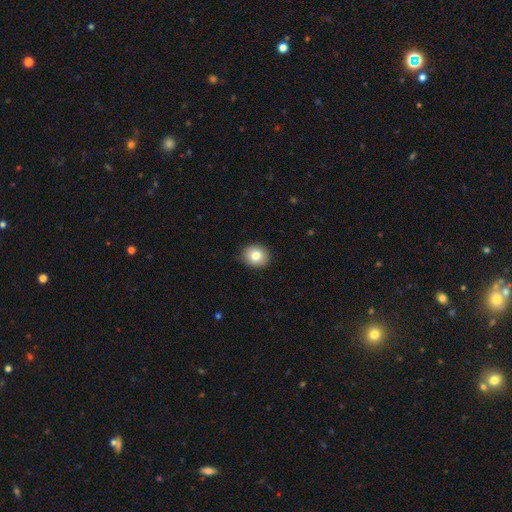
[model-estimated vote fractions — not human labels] smooth_or_featured: smooth (p=0.79) [alt: featured or disk p=0.11]
how_rounded: round (p=0.75) [alt: in between p=0.24]
merging: none (p=0.87) [alt: minor disturbance p=0.10]